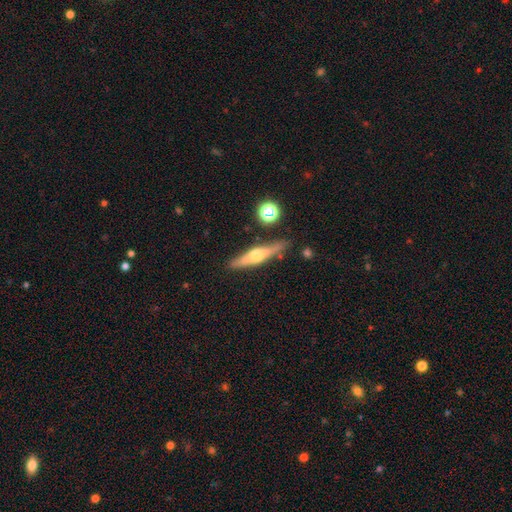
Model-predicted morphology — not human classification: Smooth or featured? featured or disk (68%)
Edge-on disk? yes (96%)
Edge-on bulge? rounded (92%)
Merging? none (84%)